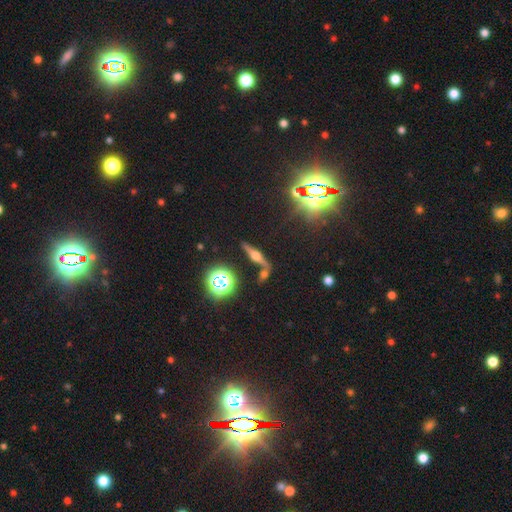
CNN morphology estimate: smooth_or_featured: featured or disk (p=0.64) [alt: smooth p=0.18]
disk_edge_on: yes (p=0.92) [alt: no p=0.08]
edge_on_bulge: rounded (p=0.94) [alt: boxy p=0.04]
merging: none (p=0.71) [alt: merger p=0.14]